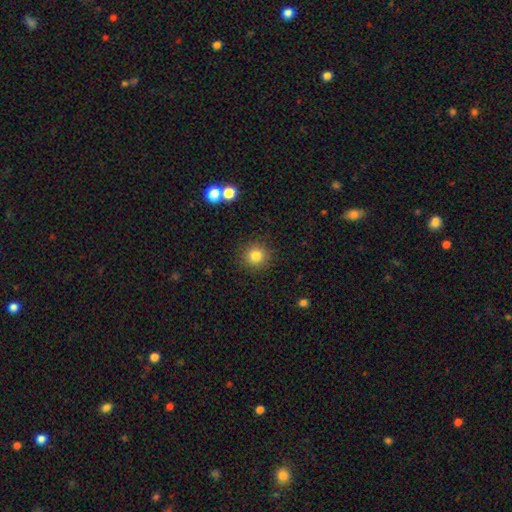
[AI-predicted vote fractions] smooth 83%, star or artifact 11%, featured or disk 5%. Down the decision tree: how rounded — round (93%); merging — none (89%).